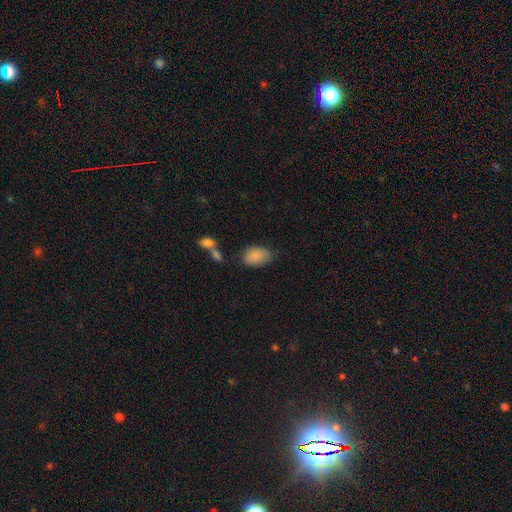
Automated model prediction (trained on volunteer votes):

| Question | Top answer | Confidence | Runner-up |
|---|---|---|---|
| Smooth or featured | smooth | 87% | star or artifact (8%) |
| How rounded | in between | 90% | round (9%) |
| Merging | none | 65% | minor disturbance (23%) |